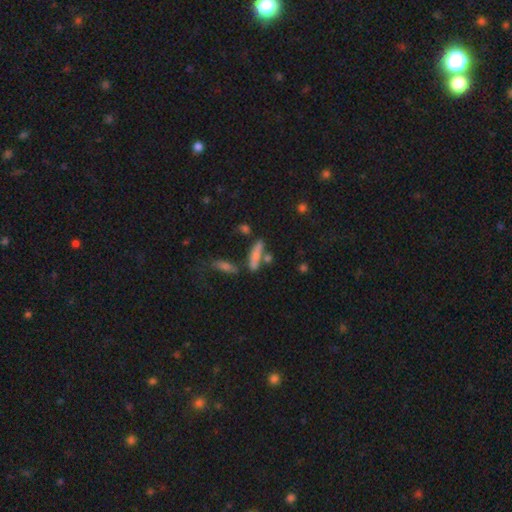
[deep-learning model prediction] This appears to be a smooth galaxy with no disk features (66%) that is cigar-shaped (67%). Merging: none (59%).